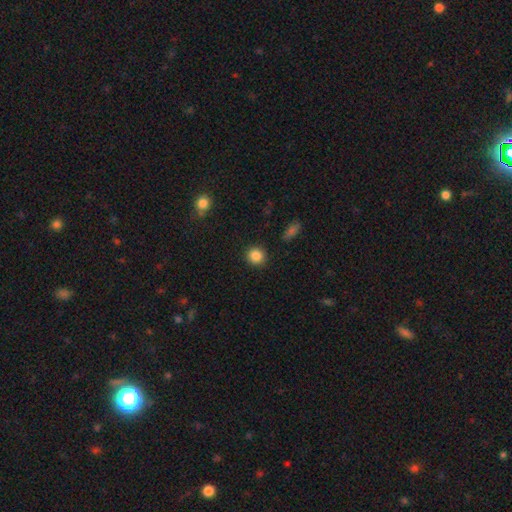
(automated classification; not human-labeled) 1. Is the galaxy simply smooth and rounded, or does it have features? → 86% smooth, 10% star or artifact, 4% featured or disk.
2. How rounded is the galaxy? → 92% round, 7% in between, 1% cigar-shaped.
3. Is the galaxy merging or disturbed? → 91% none, 6% minor disturbance, 2% major disturbance, 1% merger.